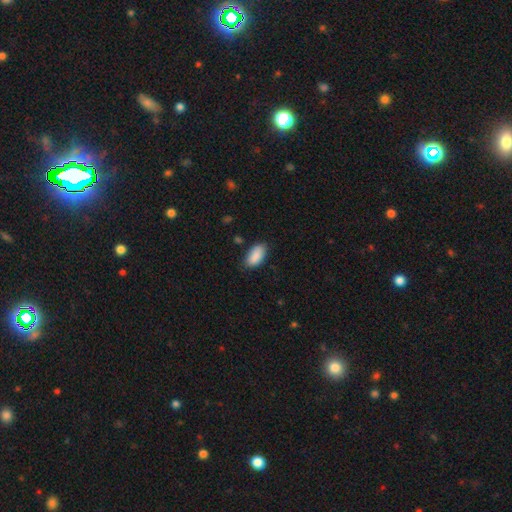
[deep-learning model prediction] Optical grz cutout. It shows a smooth galaxy with no disk features (90%) that is in between round and cigar-shaped (93%). Merging: none (79%).